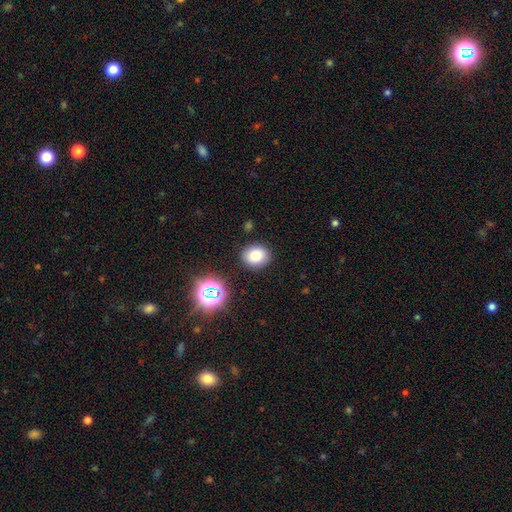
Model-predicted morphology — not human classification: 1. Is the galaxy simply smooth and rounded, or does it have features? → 80% smooth, 14% star or artifact, 7% featured or disk.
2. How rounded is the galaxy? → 59% round, 40% in between, 1% cigar-shaped.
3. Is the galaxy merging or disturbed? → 86% none, 9% minor disturbance, 3% major disturbance, 2% merger.